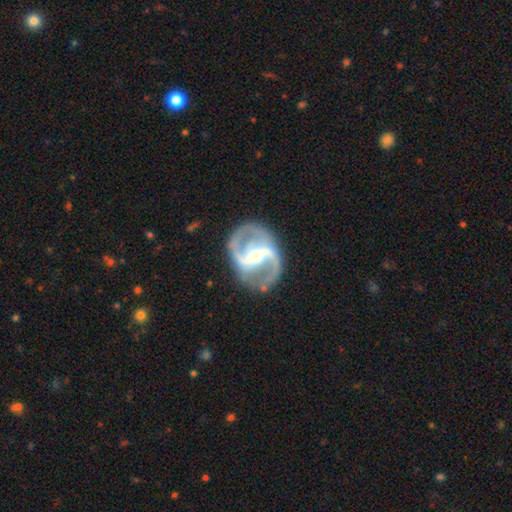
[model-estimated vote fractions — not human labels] Smooth or featured? featured or disk (91%)
Edge-on disk? no (97%)
Bar? strong (54%)
Spiral arms? yes (97%)
Spiral winding? medium (55%)
Spiral arm count? 2 (92%)
Bulge size? moderate (53%)
Merging? none (81%)